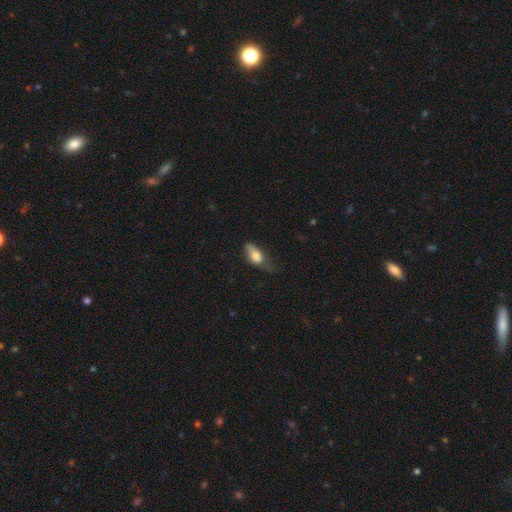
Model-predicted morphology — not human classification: The model was most divided on "merging": minor disturbance: 40%, none: 30%, major disturbance: 26%, merger: 3%. More confident: how rounded — in between (85%); smooth or featured — smooth (76%).